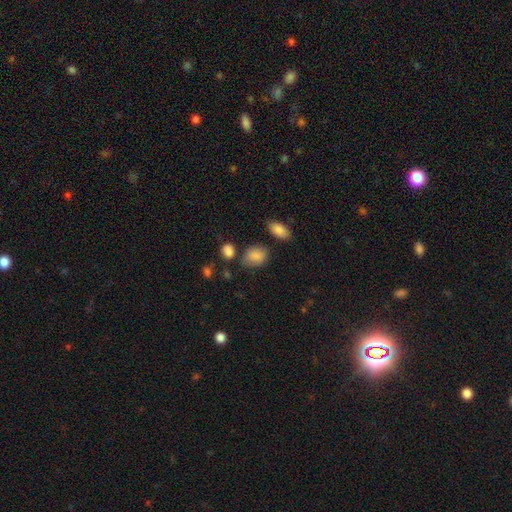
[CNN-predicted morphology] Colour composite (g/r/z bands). It shows a smooth galaxy with no disk features (85%) that is in between round and cigar-shaped (68%). Merging: none (65%).